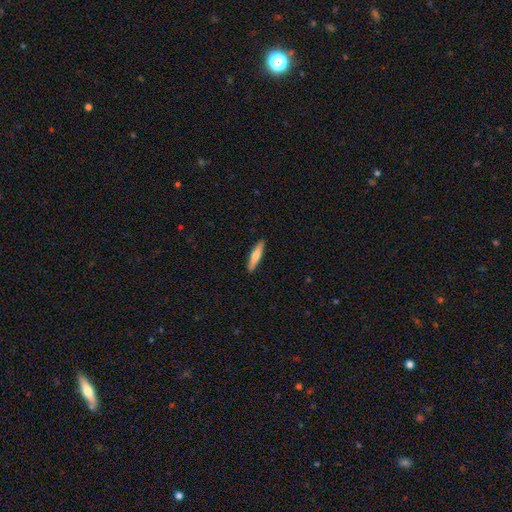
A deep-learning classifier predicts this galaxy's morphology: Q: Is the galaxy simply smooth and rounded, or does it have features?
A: smooth — 68%.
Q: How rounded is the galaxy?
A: cigar-shaped — 85%.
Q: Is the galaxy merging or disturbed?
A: none — 91%.